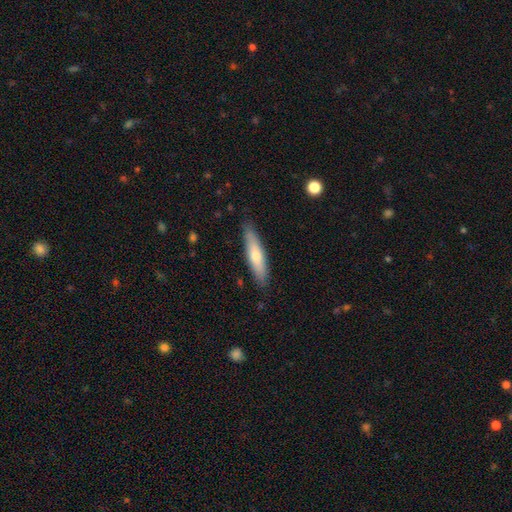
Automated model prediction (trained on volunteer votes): A smooth galaxy with no disk features (62%) that is cigar-shaped (75%).

Vote fractions:
- Smooth or featured? smooth: 62% / featured or disk: 32% / star or artifact: 6%
- How rounded? cigar-shaped: 75% / in between: 23% / round: 2%
- Merging? none: 86% / minor disturbance: 11% / major disturbance: 2% / merger: 1%